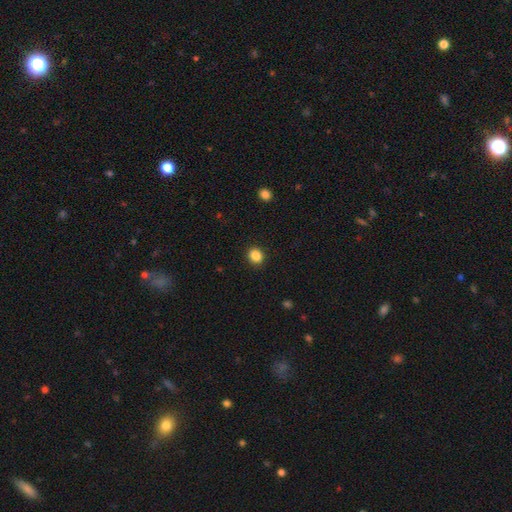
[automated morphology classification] This appears to be a smooth galaxy with no disk features (86%) that is round (67%). Merging: none (91%).